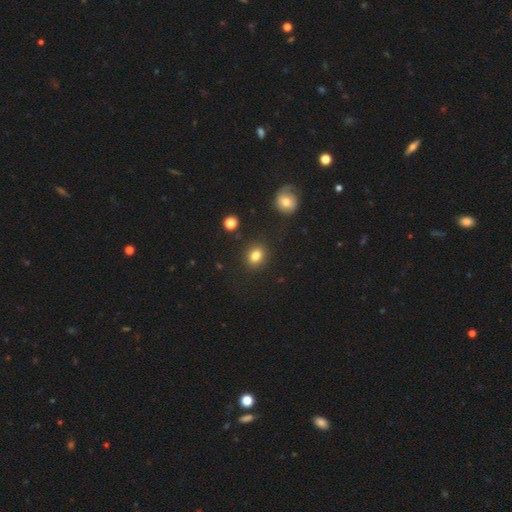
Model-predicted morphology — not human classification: This appears to be a smooth galaxy with no disk features (83%) that is in between round and cigar-shaped (51%). Merging: none (87%).